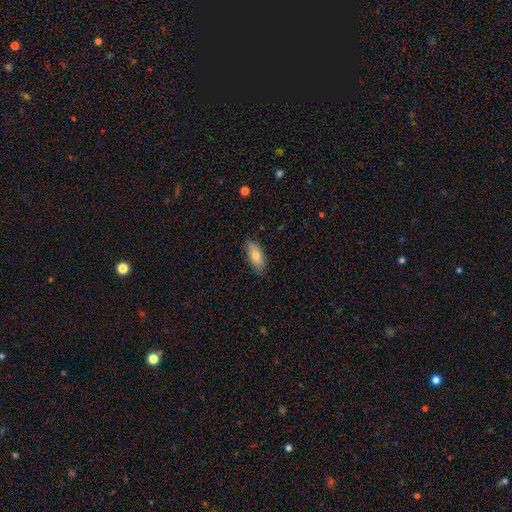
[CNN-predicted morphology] This is likely a smooth galaxy (77%). How rounded: clearly in between (85%). Merging: clearly none (82%).